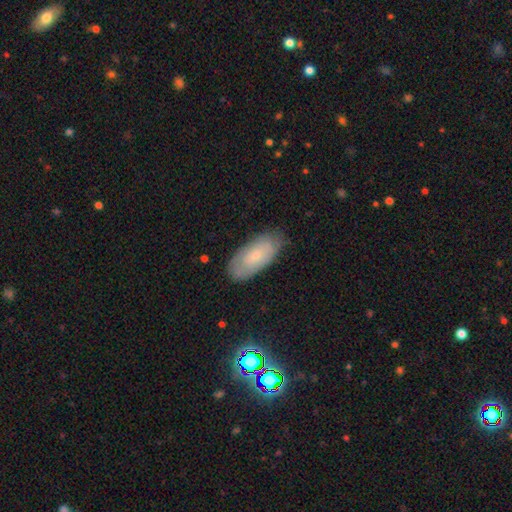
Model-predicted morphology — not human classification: This is possibly a smooth galaxy (52%). How rounded: clearly in between (89%). Merging: clearly none (80%).